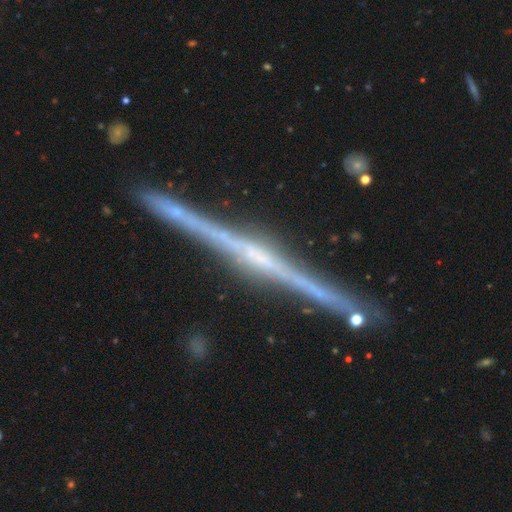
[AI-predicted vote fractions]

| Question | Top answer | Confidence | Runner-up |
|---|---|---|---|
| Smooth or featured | featured or disk | 89% | smooth (5%) |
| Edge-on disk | yes | 99% | no (1%) |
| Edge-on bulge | rounded | 58% | none (27%) |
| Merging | none | 90% | minor disturbance (6%) |